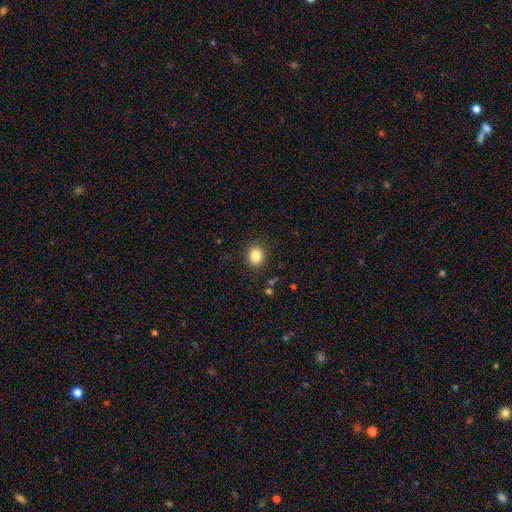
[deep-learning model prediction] smooth_or_featured: smooth (p=0.85) [alt: star or artifact p=0.10]
how_rounded: round (p=0.55) [alt: in between p=0.44]
merging: none (p=0.88) [alt: minor disturbance p=0.08]